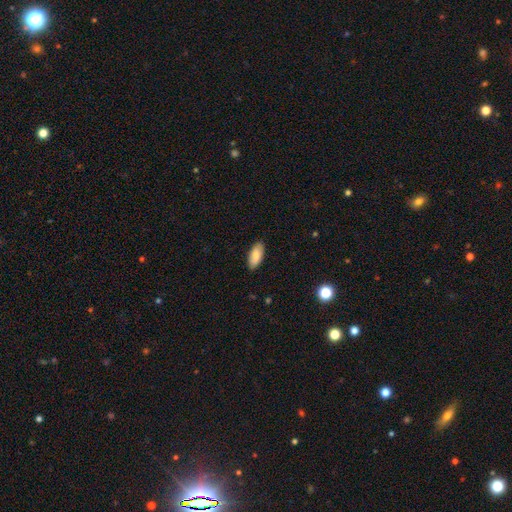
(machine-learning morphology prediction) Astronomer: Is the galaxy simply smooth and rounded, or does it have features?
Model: smooth — 85%.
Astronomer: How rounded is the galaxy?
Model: in between — 87%.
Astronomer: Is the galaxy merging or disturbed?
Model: none — 88%.